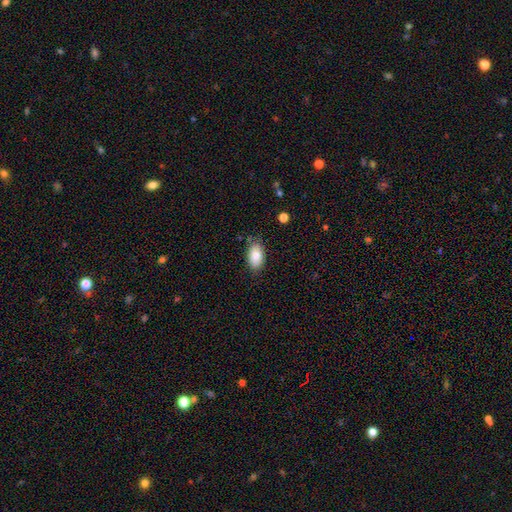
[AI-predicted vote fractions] A smooth galaxy with no disk features (84%) that is in between round and cigar-shaped (93%). Merging: none (80%).